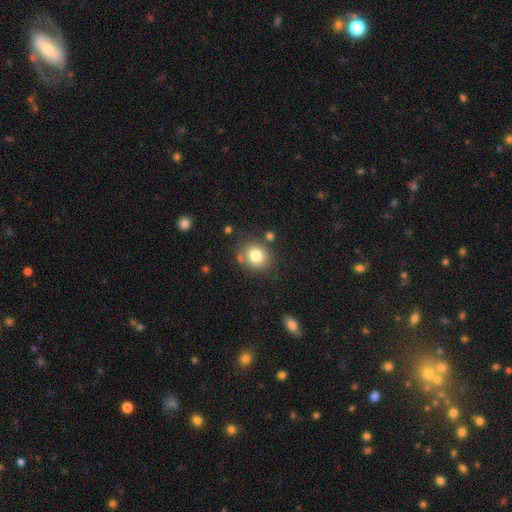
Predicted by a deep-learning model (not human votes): A smooth galaxy with no disk features (79%) that is round (77%). Merging: none (76%).